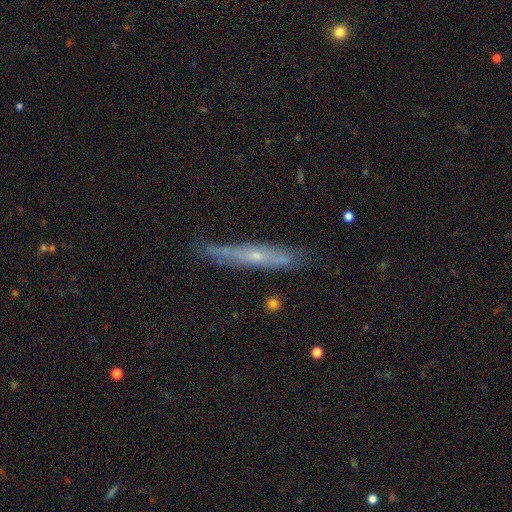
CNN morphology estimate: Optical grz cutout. It shows a featured or disk galaxy (61%) viewed edge-on (82%). Merging: none (77%).